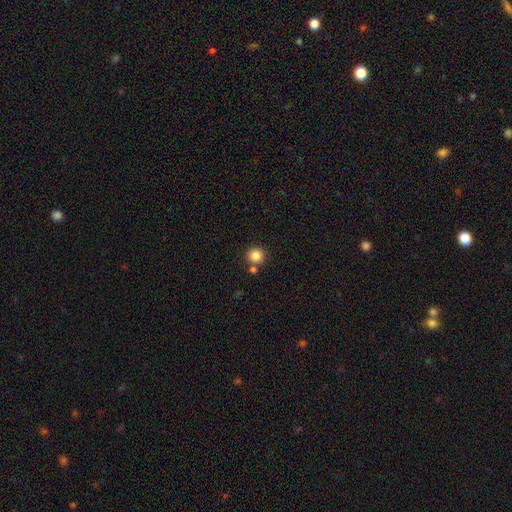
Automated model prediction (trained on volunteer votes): smooth 85%, star or artifact 11%, featured or disk 5%. Down the decision tree: how rounded — round (93%); merging — none (78%).